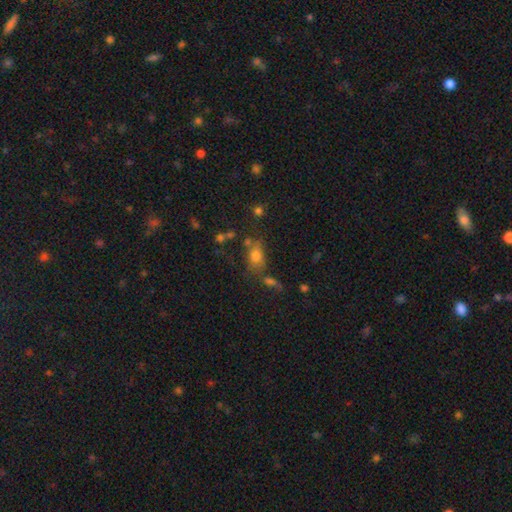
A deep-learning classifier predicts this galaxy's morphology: Smooth or featured? Predicted: smooth (p=0.73). How rounded? Predicted: in between (p=0.72). Merging? Predicted: none (p=0.54).